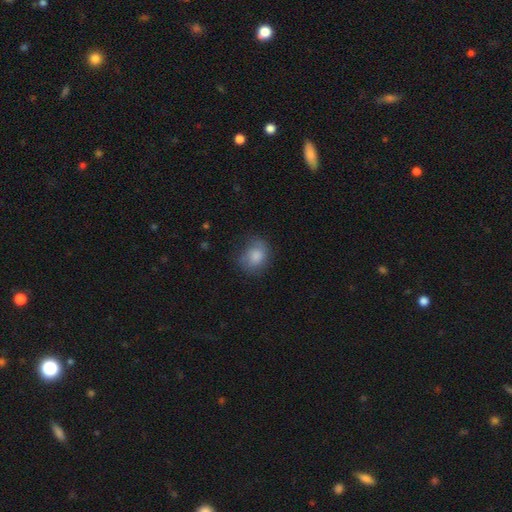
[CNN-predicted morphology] Smooth or featured: smooth — 81% (featured or disk — 10%)
How rounded: round — 54% (in between — 45%)
Merging: none — 60% (minor disturbance — 27%)